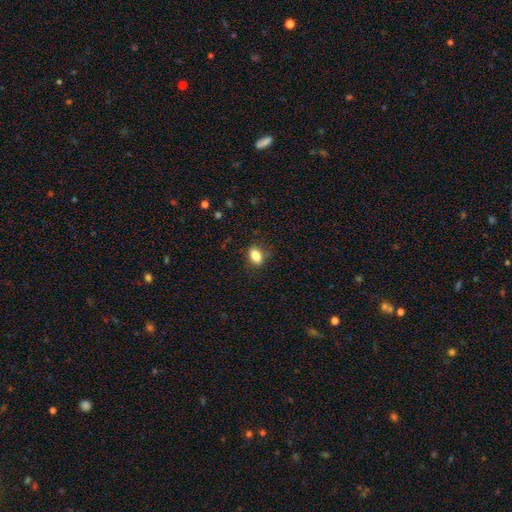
Volunteers were most divided on "merging": none: 71%, minor disturbance: 23%, major disturbance: 3%, merger: 3%. More confident: how rounded — in between (91%); smooth or featured — smooth (89%).